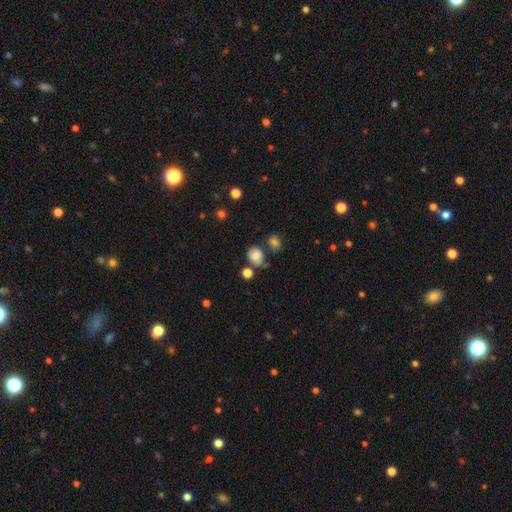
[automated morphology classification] A smooth galaxy with no disk features (77%) that is round (64%).

Vote fractions:
- Smooth or featured? smooth: 77% / star or artifact: 12% / featured or disk: 11%
- How rounded? round: 64% / in between: 35% / cigar-shaped: 1%
- Merging? none: 59% / minor disturbance: 19% / merger: 16% / major disturbance: 7%